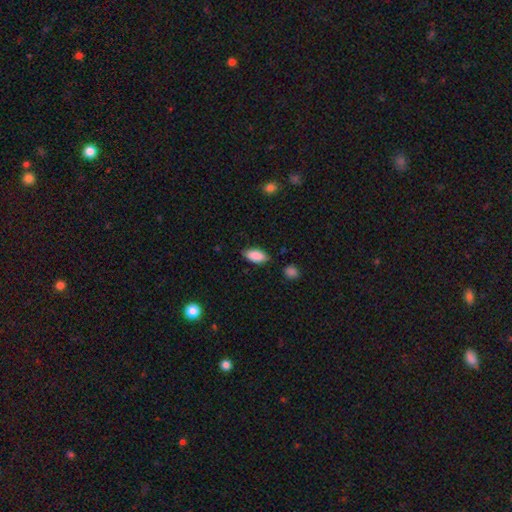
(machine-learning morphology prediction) Smooth or featured: smooth — 87% (star or artifact — 7%)
How rounded: in between — 91% (cigar-shaped — 6%)
Merging: none — 81% (minor disturbance — 14%)